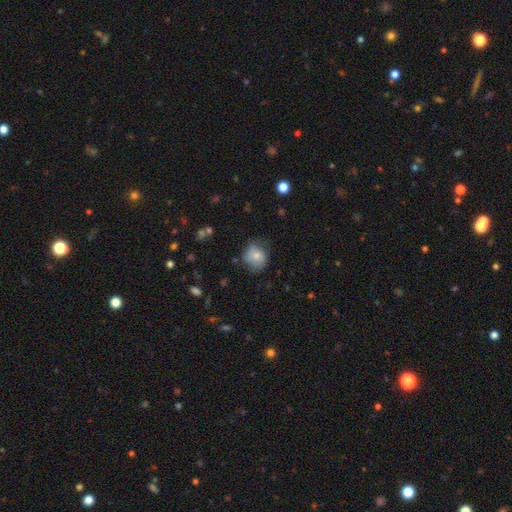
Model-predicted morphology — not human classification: type=smooth (74%); roundness=round (70%); merging=none (65%).